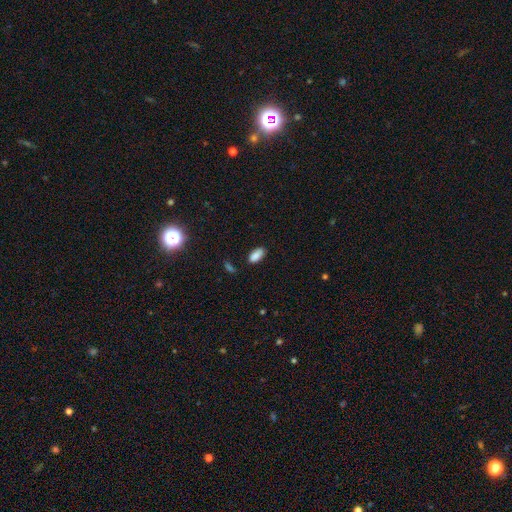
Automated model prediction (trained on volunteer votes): Q: Smooth or featured?
A: smooth (86%); runner-up: star or artifact (9%)
Q: How rounded?
A: in between (92%); runner-up: cigar-shaped (6%)
Q: Merging?
A: none (79%); runner-up: minor disturbance (15%)